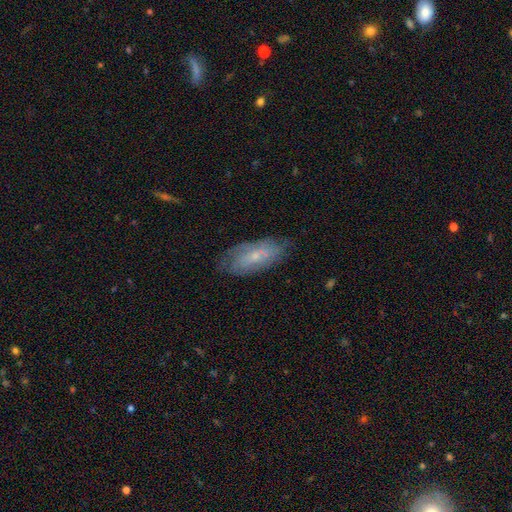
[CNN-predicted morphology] A featured or disk galaxy (55%).

Vote fractions:
- Smooth or featured? featured or disk: 55% / smooth: 38% / star or artifact: 7%
- Edge-on disk? no: 88% / yes: 12%
- Merging? none: 70% / minor disturbance: 22% / major disturbance: 7% / merger: 1%